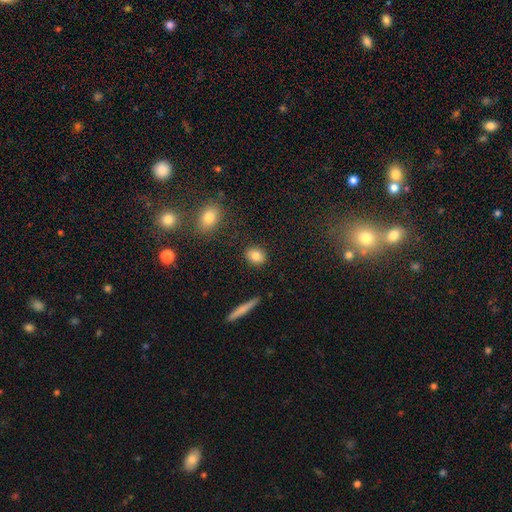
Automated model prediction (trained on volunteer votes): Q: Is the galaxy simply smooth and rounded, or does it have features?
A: smooth — 83%.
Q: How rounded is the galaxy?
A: round — 53%.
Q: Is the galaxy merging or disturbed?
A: none — 88%.